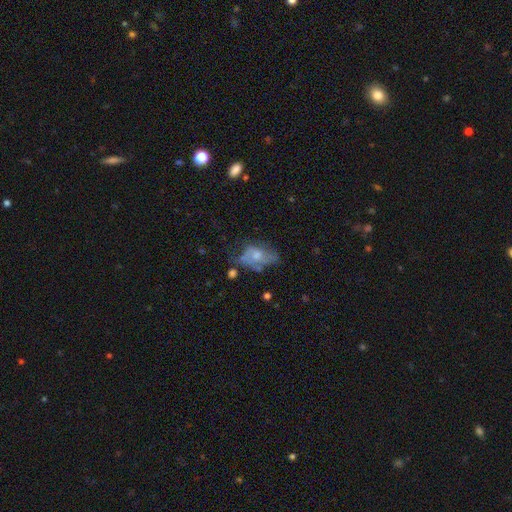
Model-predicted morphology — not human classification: Smooth or featured: featured or disk — 47% (smooth — 43%)
Merging: major disturbance — 34% (none — 30%)